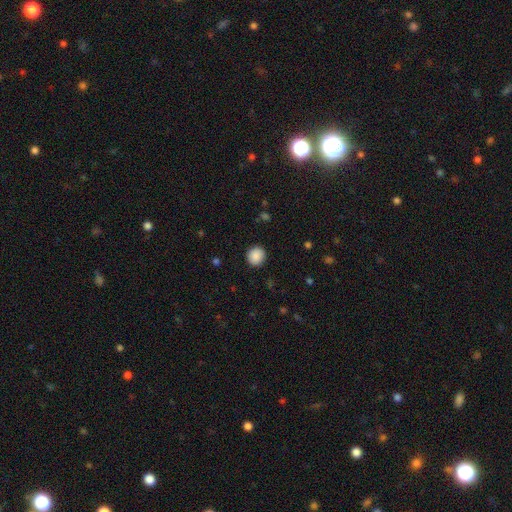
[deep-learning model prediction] Smooth or featured: smooth — 89% (star or artifact — 8%)
How rounded: round — 89% (in between — 11%)
Merging: none — 91% (minor disturbance — 6%)